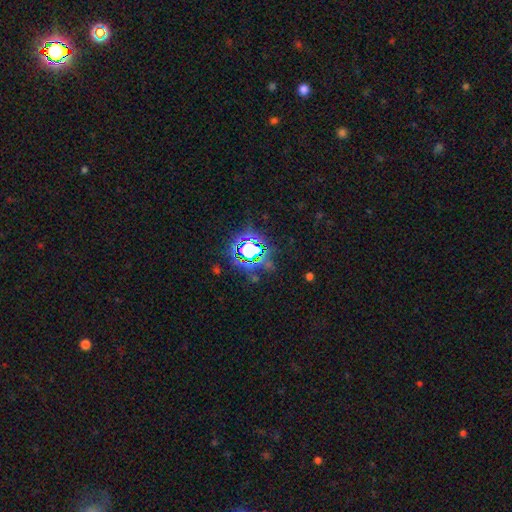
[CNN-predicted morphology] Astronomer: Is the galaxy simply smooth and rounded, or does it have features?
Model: star or artifact — 78%.